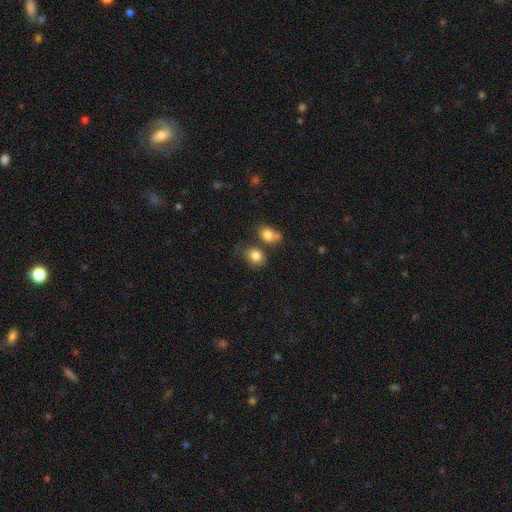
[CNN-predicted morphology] smooth 83%, star or artifact 10%, featured or disk 8%. Down the decision tree: how rounded — round (52%); merging — none (59%).